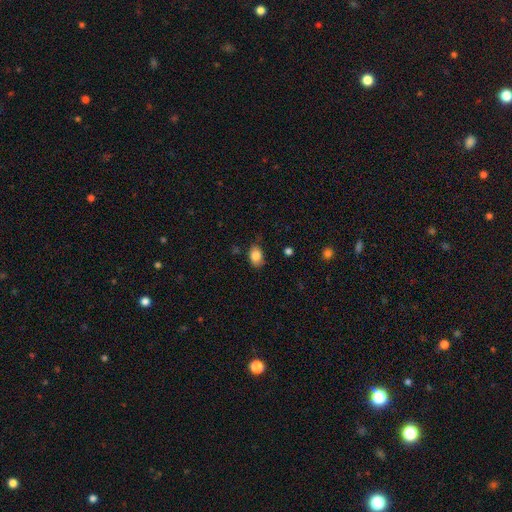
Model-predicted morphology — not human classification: Smooth or featured? smooth (84%)
How rounded? in between (81%)
Merging? none (74%)